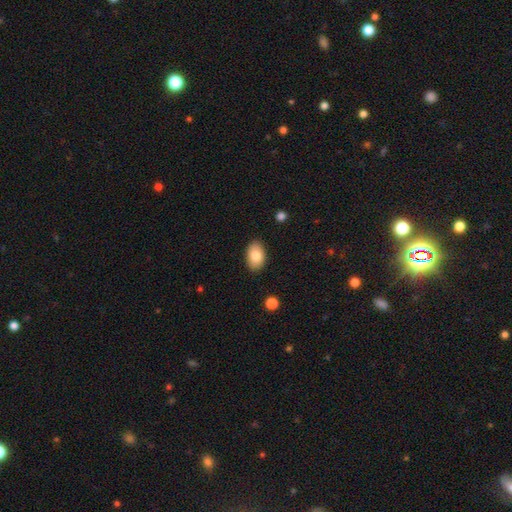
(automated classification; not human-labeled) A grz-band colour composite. It shows a smooth galaxy with no disk features (84%) that is in between round and cigar-shaped (91%). Merging: none (87%).